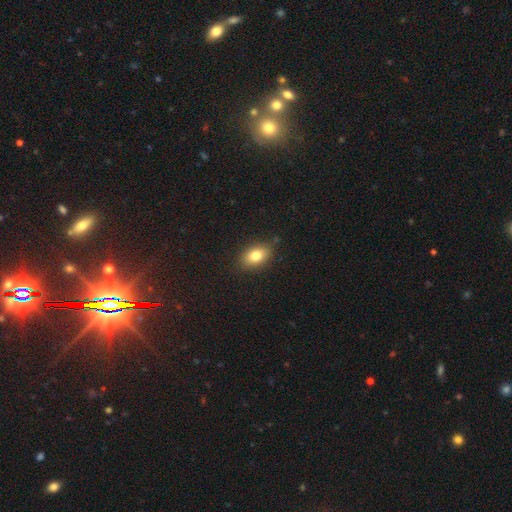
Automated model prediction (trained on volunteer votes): Overall: smooth (80%). How rounded: in between (83%). Merging: none (85%).